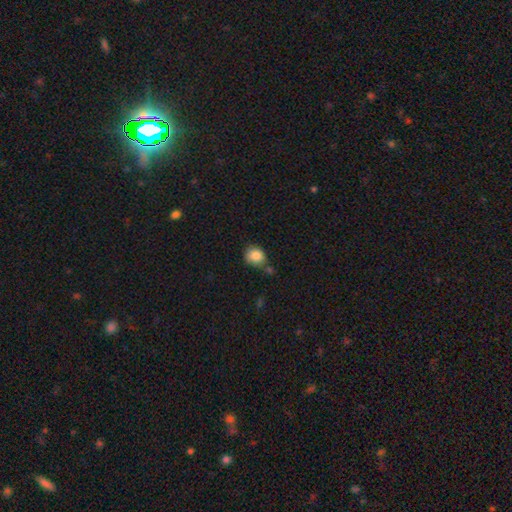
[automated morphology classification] A smooth galaxy with no disk features (84%) that is round (72%).

Vote fractions:
- Smooth or featured? smooth: 84% / star or artifact: 9% / featured or disk: 6%
- How rounded? round: 72% / in between: 27% / cigar-shaped: 1%
- Merging? none: 55% / minor disturbance: 25% / merger: 14% / major disturbance: 7%